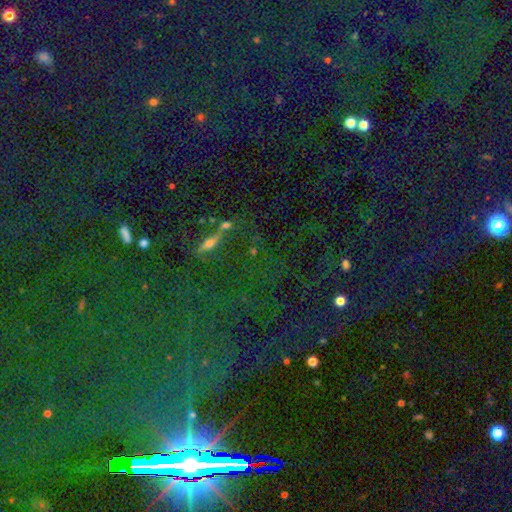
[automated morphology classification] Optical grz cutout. It shows a star or artifact, not a galaxy (78%).